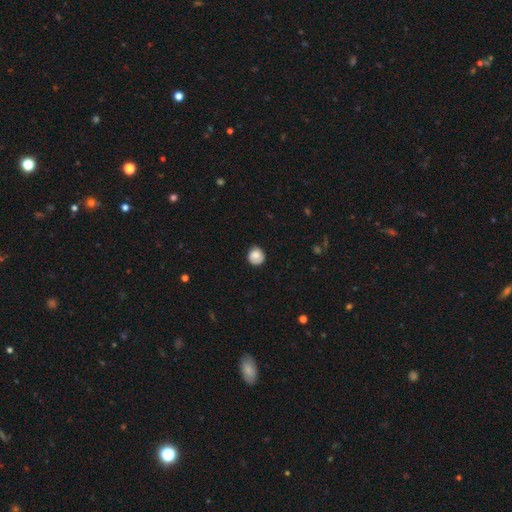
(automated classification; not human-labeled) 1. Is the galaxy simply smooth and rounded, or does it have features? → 80% smooth, 12% featured or disk, 8% star or artifact.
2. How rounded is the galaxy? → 91% round, 9% in between, 1% cigar-shaped.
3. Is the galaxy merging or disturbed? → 81% none, 15% minor disturbance, 3% major disturbance, 1% merger.